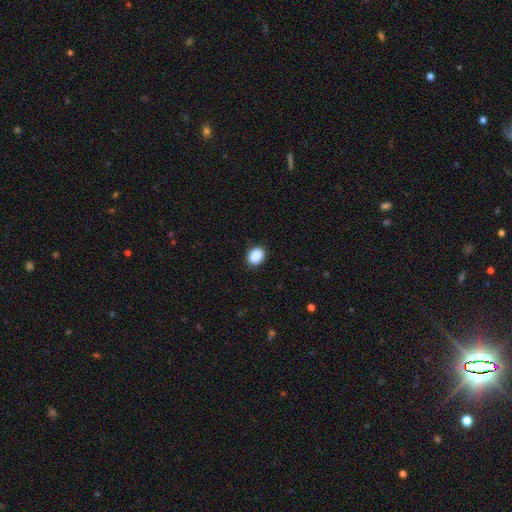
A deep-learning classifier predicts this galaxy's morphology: Overall: smooth (89%). How rounded: in between (59%; round 40%). Merging: none (84%).